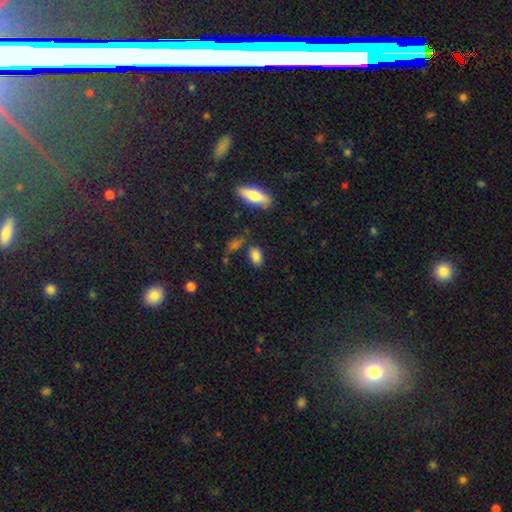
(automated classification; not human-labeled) Q: Smooth or featured?
A: smooth (83%); runner-up: star or artifact (9%)
Q: How rounded?
A: in between (88%); runner-up: round (8%)
Q: Merging?
A: none (74%); runner-up: minor disturbance (15%)